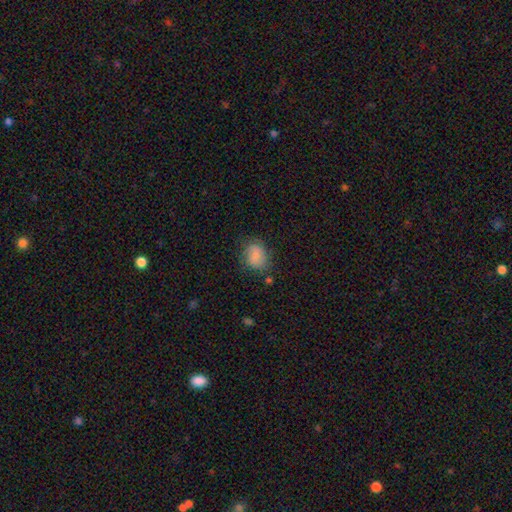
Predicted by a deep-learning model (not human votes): This appears to be a smooth galaxy with no disk features (76%) that is round (52%). Merging: none (69%).